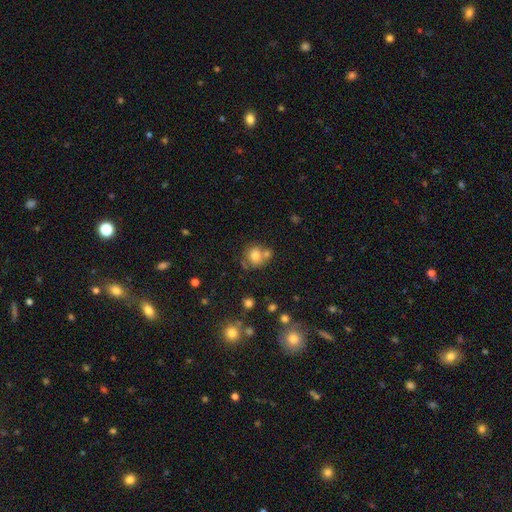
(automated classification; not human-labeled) Smooth or featured: smooth — 76% (featured or disk — 12%)
How rounded: round — 78% (in between — 21%)
Merging: none — 48% (merger — 33%)